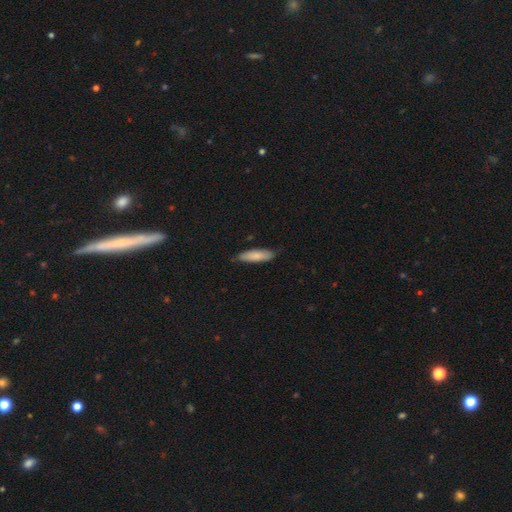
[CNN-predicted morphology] smooth 79%, featured or disk 15%, star or artifact 6%. Down the decision tree: how rounded — cigar-shaped (56%); merging — none (77%).